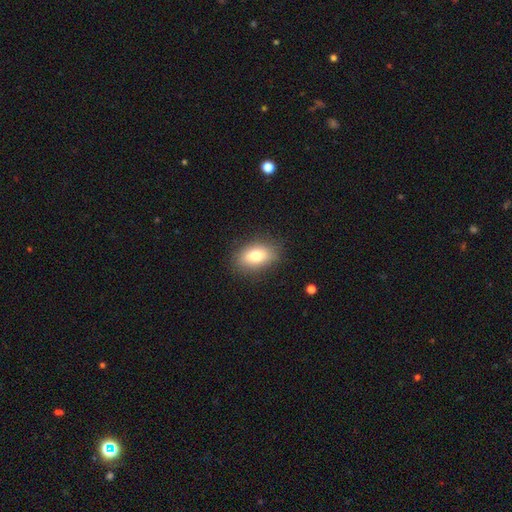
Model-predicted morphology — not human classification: Overall: smooth (77%). How rounded: in between (85%). Merging: none (85%).